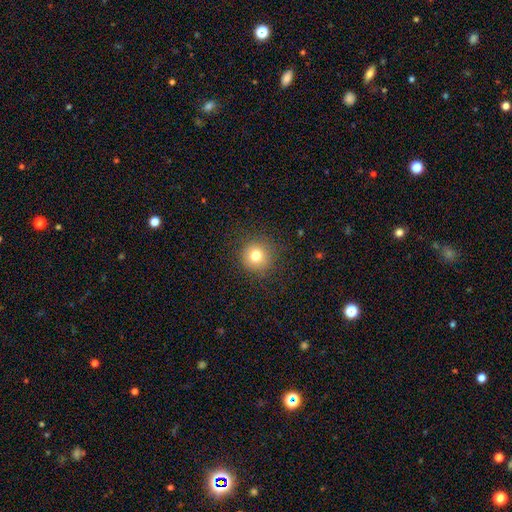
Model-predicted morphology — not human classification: Smooth or featured?
  - smooth: 77% *
  - star or artifact: 14%
  - featured or disk: 9%
How rounded?
  - round: 95% *
  - in between: 4%
  - cigar-shaped: 1%
Merging?
  - none: 88% *
  - minor disturbance: 7%
  - major disturbance: 3%
  - merger: 1%